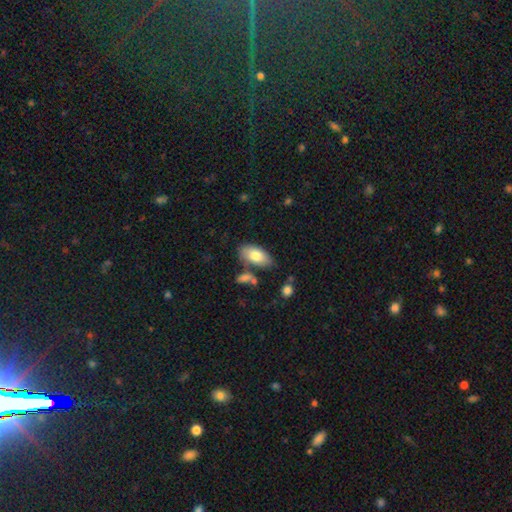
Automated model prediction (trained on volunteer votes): Morphology: type=smooth (77%); roundness=in between (94%); merging=none (69%).